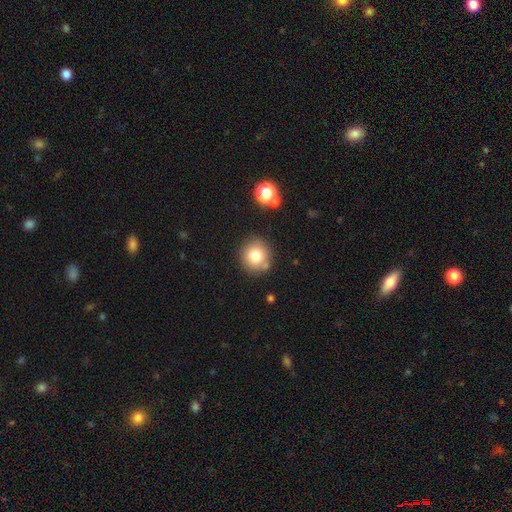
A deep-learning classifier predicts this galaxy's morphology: Q: Smooth or featured?
A: smooth (78%); runner-up: star or artifact (12%)
Q: How rounded?
A: round (92%); runner-up: in between (7%)
Q: Merging?
A: none (80%); runner-up: minor disturbance (10%)